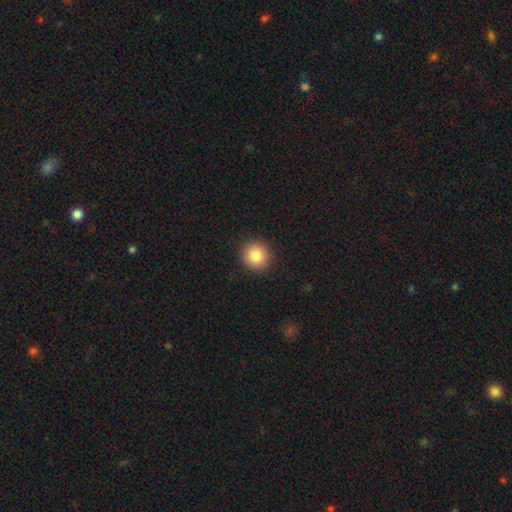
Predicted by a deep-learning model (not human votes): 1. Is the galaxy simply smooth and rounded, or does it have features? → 86% smooth, 9% star or artifact, 5% featured or disk.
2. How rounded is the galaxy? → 92% round, 7% in between, 1% cigar-shaped.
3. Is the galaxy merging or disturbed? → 92% none, 5% minor disturbance, 2% major disturbance, 1% merger.